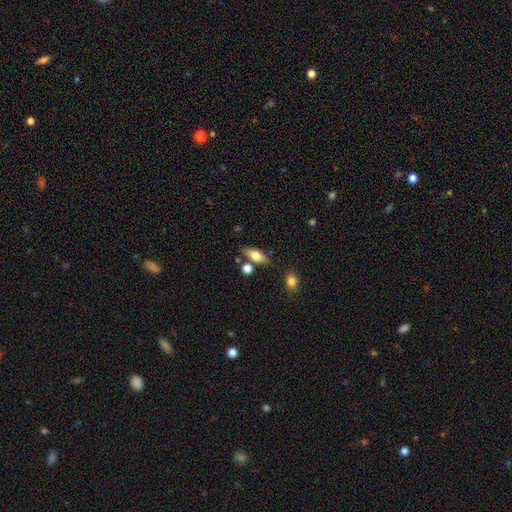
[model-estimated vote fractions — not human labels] Overall: smooth (67%). How rounded: in between (71%). Merging: none (74%).